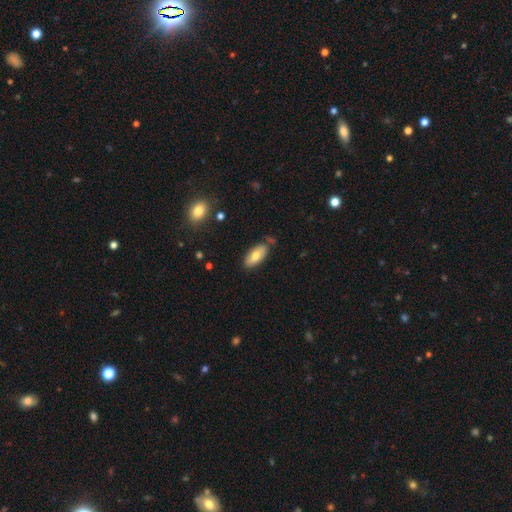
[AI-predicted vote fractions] This is likely a smooth galaxy (73%). How rounded: clearly in between (91%). Merging: likely none (75%).